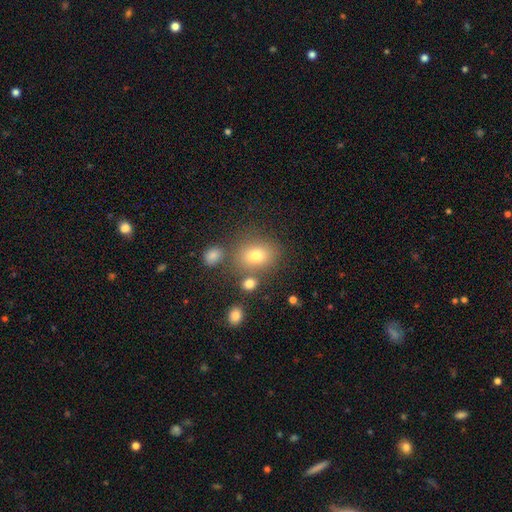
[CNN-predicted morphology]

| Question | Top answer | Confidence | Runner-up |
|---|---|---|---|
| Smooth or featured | smooth | 74% | star or artifact (14%) |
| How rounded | round | 56% | in between (43%) |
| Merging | none | 70% | minor disturbance (13%) |